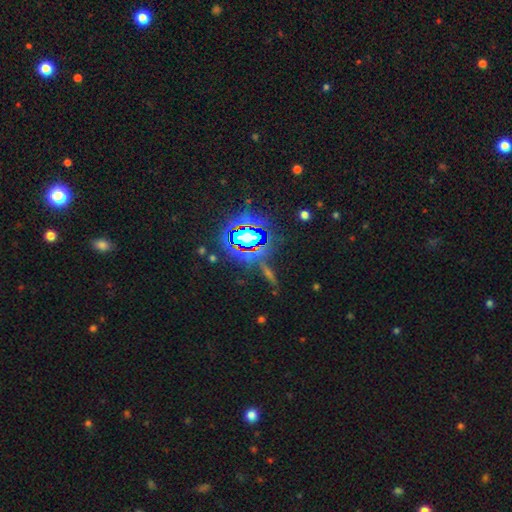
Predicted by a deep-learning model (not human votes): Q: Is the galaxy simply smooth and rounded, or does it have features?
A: star or artifact — 84%.